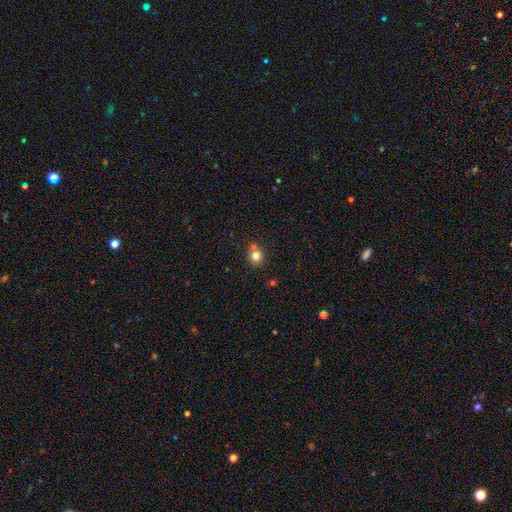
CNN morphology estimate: smooth 79%, star or artifact 11%, featured or disk 9%. Down the decision tree: how rounded — round (77%); merging — none (62%).